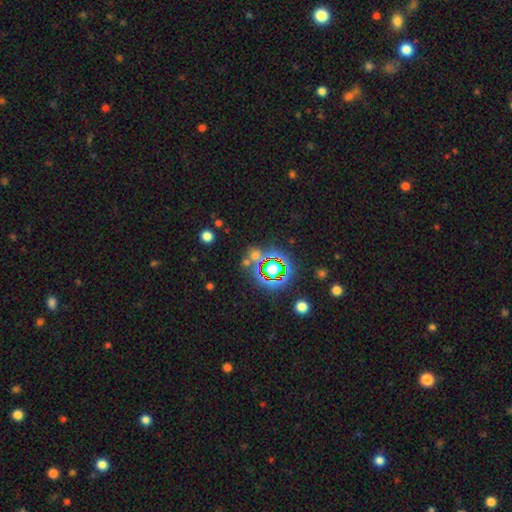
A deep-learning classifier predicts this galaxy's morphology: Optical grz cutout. It shows a star or artifact, not a galaxy (49%).